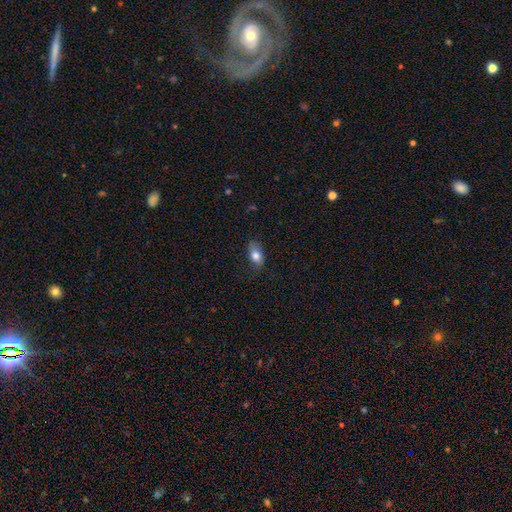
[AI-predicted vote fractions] The model was most divided on "merging": none: 70%, minor disturbance: 22%, major disturbance: 6%, merger: 1%. More confident: how rounded — in between (89%); smooth or featured — smooth (79%).